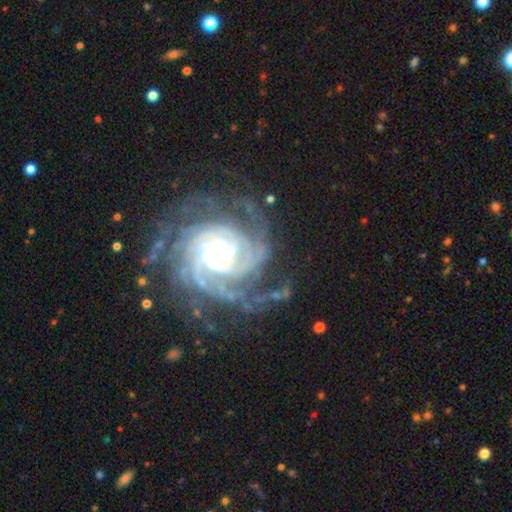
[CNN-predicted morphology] Smooth or featured?
  - featured or disk: 91% *
  - star or artifact: 5%
  - smooth: 3%
Edge-on disk?
  - no: 98% *
  - yes: 2%
Bar?
  - no: 50% *
  - weak: 36%
  - strong: 14%
Spiral arms?
  - yes: 98% *
  - no: 2%
Spiral winding?
  - tight: 72% *
  - medium: 24%
  - loose: 4%
Spiral arm count?
  - 4: 26% *
  - can't tell: 20%
  - more than 4: 19%
  - 3: 17%
  - 2: 11%
  - 1: 8%
Bulge size?
  - moderate: 55% *
  - small: 33%
  - large: 9%
  - none: 1%
  - dominant: 1%
Merging?
  - none: 69% *
  - minor disturbance: 17%
  - major disturbance: 12%
  - merger: 2%